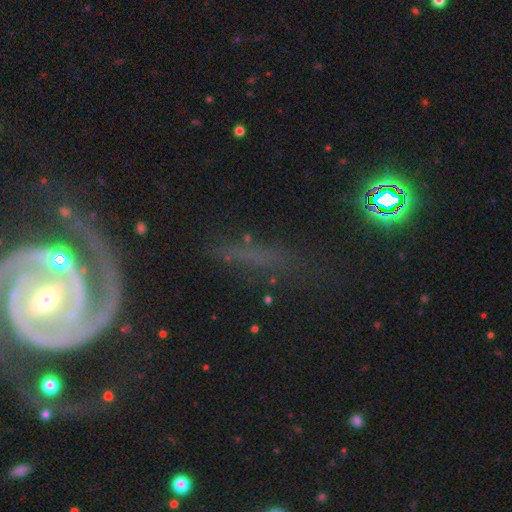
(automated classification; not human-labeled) The model was most divided on "merging": none: 53%, major disturbance: 19%, minor disturbance: 18%, merger: 10%. More confident: edge-on disk — no (77%); smooth or featured — featured or disk (60%).